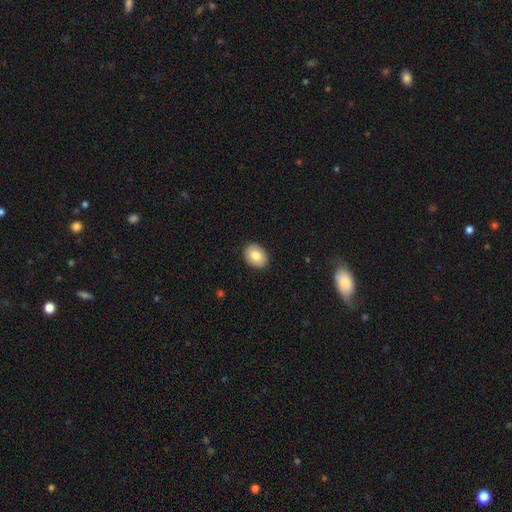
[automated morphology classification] This is clearly a smooth galaxy (81%). How rounded: likely in between (68%). Merging: clearly none (91%).